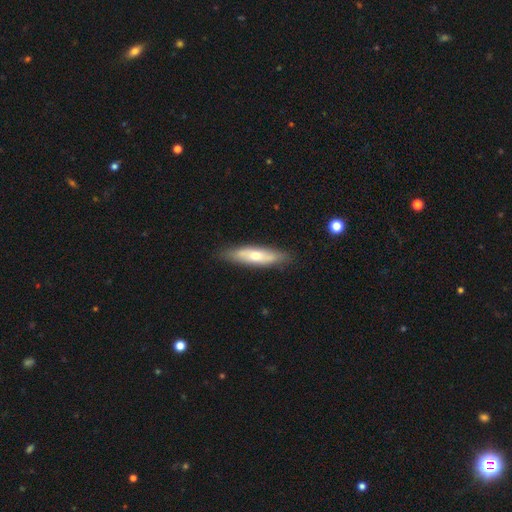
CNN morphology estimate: Smooth or featured: smooth — 55% (featured or disk — 39%)
How rounded: cigar-shaped — 68% (in between — 30%)
Merging: none — 84% (minor disturbance — 12%)